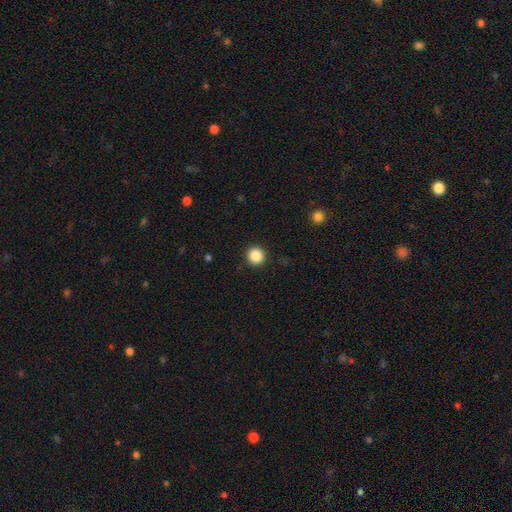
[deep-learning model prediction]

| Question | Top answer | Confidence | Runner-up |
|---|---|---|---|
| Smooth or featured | smooth | 87% | star or artifact (10%) |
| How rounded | round | 93% | in between (6%) |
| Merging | none | 92% | minor disturbance (5%) |